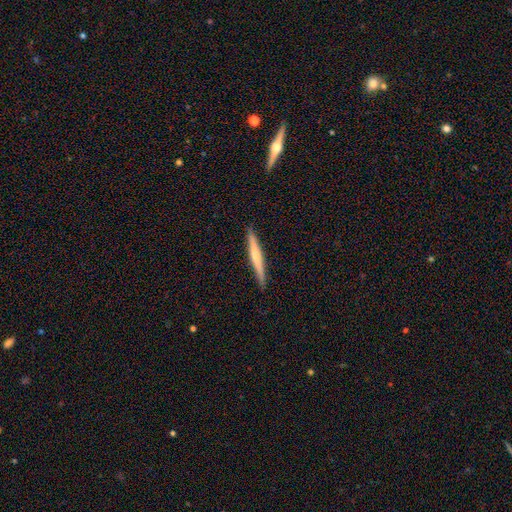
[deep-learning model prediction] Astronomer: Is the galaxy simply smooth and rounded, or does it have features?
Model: smooth — 50% (runner-up: featured or disk, 45%).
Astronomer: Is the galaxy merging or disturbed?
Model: none — 91%.